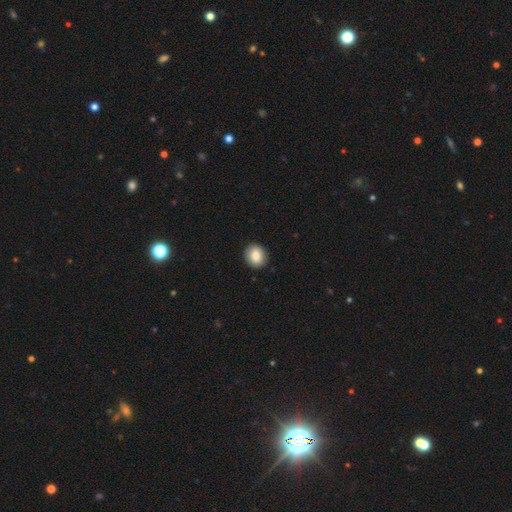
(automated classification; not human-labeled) This appears to be a smooth galaxy with no disk features (85%) that is round (70%). Merging: none (90%).